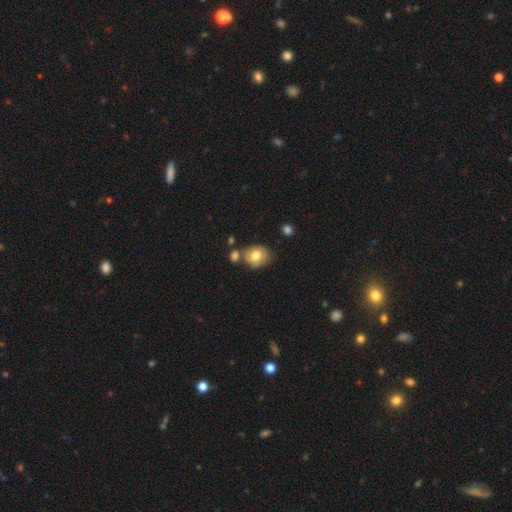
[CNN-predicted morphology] Overall: smooth (76%). How rounded: round (64%; in between 35%). Merging: none (62%).